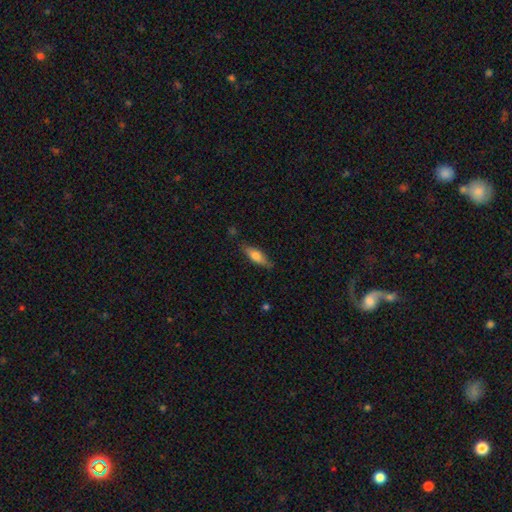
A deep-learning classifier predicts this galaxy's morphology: This appears to be a smooth galaxy with no disk features (59%) that is cigar-shaped (52%). Merging: none (80%).